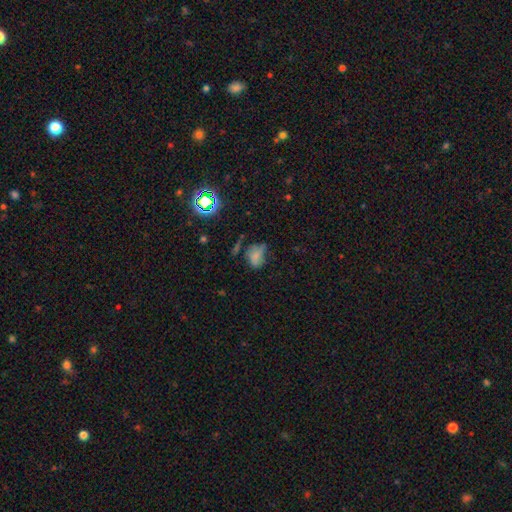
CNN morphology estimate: type=smooth (62%); roundness=in between (69%); merging=none (38%).